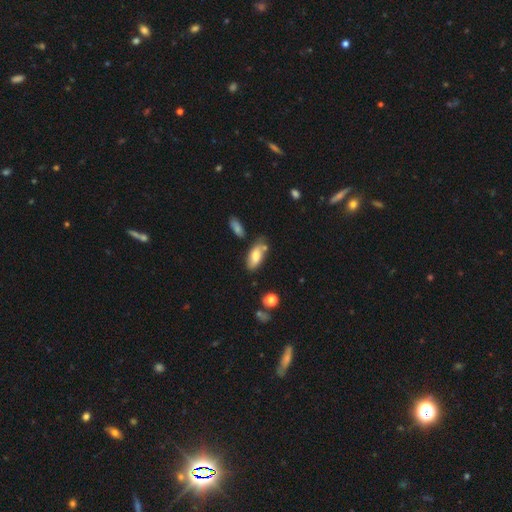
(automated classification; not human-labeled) This is likely a smooth galaxy (75%). How rounded: clearly in between (86%). Merging: possibly none (59%).